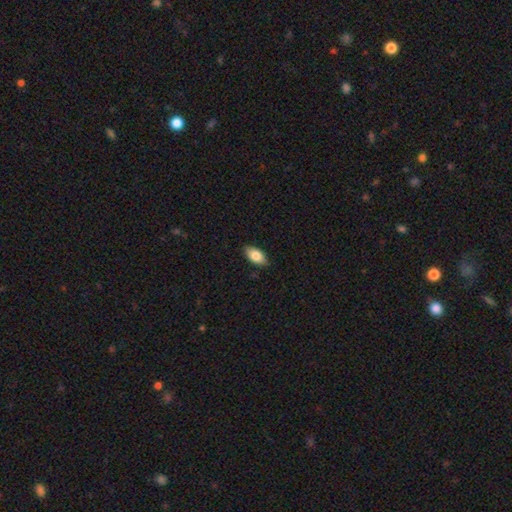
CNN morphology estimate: A smooth galaxy with no disk features (81%) that is in between round and cigar-shaped (91%). Merging: none (86%).